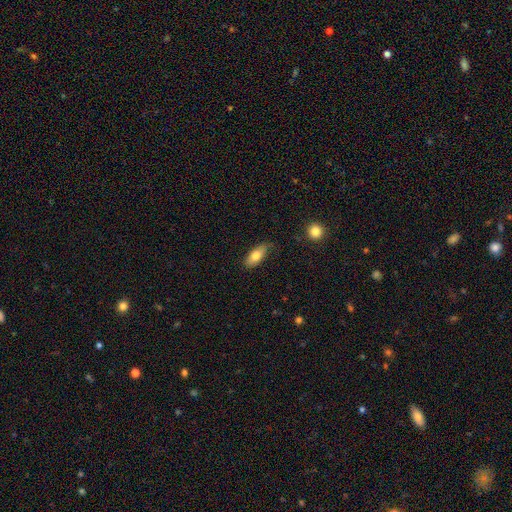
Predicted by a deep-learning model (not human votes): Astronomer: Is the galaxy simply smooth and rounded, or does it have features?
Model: smooth — 76%.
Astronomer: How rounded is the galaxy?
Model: in between — 84%.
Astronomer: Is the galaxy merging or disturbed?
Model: none — 72%.